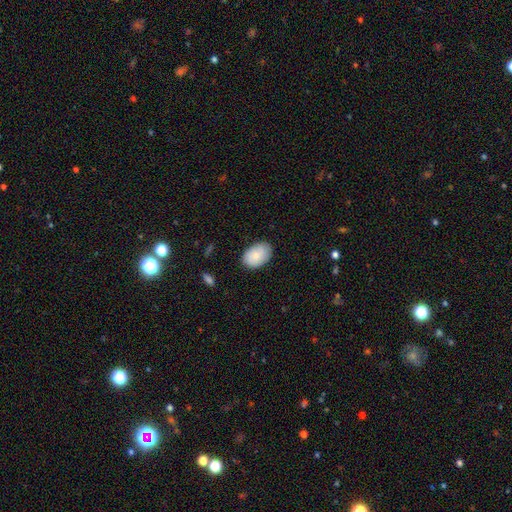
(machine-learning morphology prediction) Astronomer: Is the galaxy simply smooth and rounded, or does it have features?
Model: smooth — 83%.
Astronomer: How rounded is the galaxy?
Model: in between — 89%.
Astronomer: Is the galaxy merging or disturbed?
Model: none — 83%.